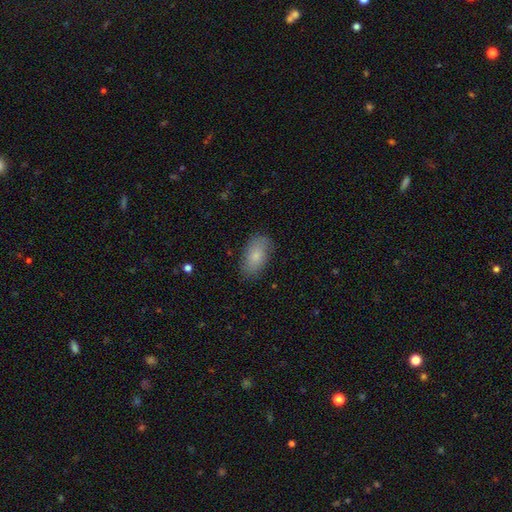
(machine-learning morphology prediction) Smooth or featured? smooth (79%)
How rounded? in between (92%)
Merging? none (79%)